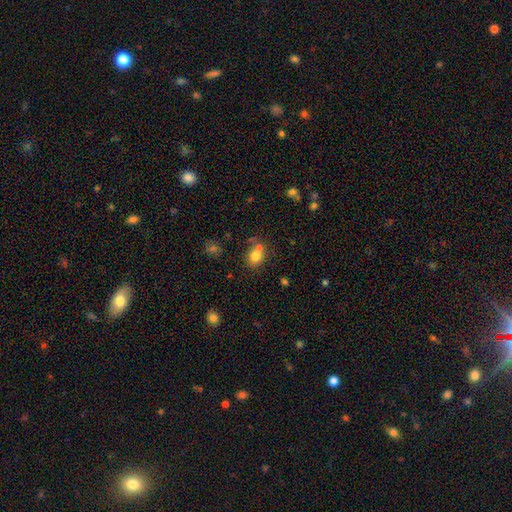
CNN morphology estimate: smooth-or-featured: smooth: 78% | star or artifact: 12% | featured or disk: 10%
  how-rounded: round: 65% | in between: 34% | cigar-shaped: 1%
  merging: none: 53% | merger: 31% | minor disturbance: 12% | major disturbance: 4%